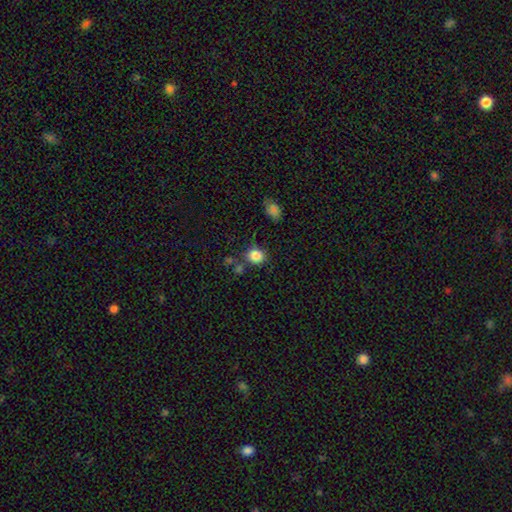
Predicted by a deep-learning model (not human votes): smooth-or-featured: smooth: 84% | star or artifact: 11% | featured or disk: 5%
  how-rounded: round: 73% | in between: 26% | cigar-shaped: 1%
  merging: none: 75% | minor disturbance: 13% | merger: 8% | major disturbance: 4%